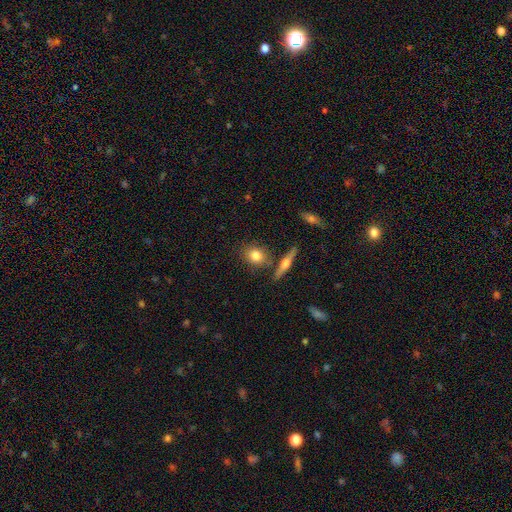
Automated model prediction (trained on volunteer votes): smooth_or_featured: smooth (p=0.75) [alt: featured or disk p=0.17]
how_rounded: round (p=0.61) [alt: in between p=0.35]
merging: none (p=0.75) [alt: minor disturbance p=0.11]